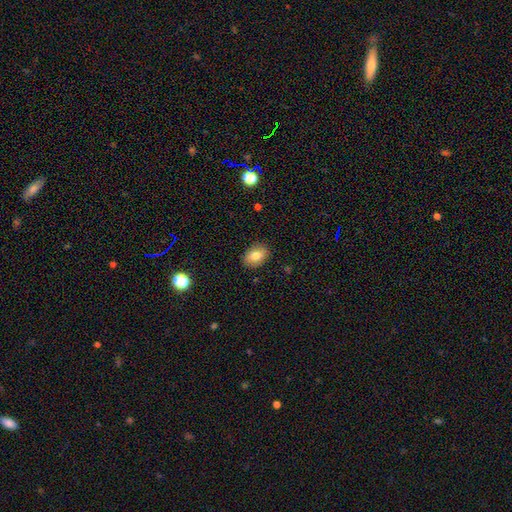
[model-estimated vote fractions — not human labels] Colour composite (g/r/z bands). It shows a smooth galaxy with no disk features (79%) that is in between round and cigar-shaped (79%). Merging: none (87%).